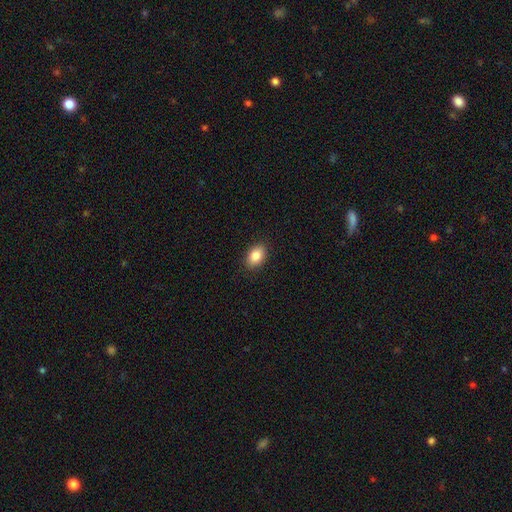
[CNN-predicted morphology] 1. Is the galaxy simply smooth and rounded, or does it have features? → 86% smooth, 8% star or artifact, 6% featured or disk.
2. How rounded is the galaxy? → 85% in between, 13% round, 1% cigar-shaped.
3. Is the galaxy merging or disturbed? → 90% none, 7% minor disturbance, 2% major disturbance, 1% merger.